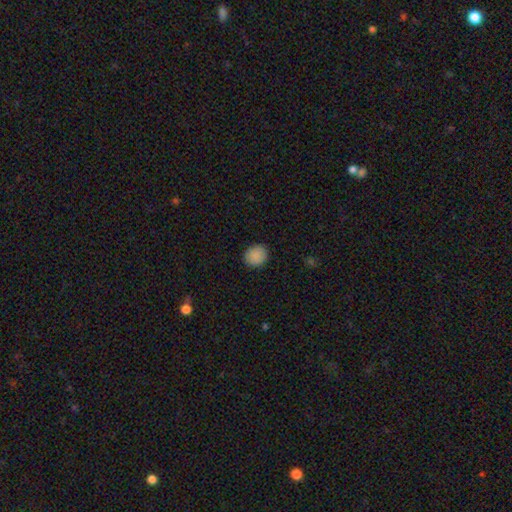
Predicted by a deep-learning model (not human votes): Q: Smooth or featured?
A: smooth (89%); runner-up: star or artifact (8%)
Q: How rounded?
A: round (76%); runner-up: in between (23%)
Q: Merging?
A: none (90%); runner-up: minor disturbance (7%)